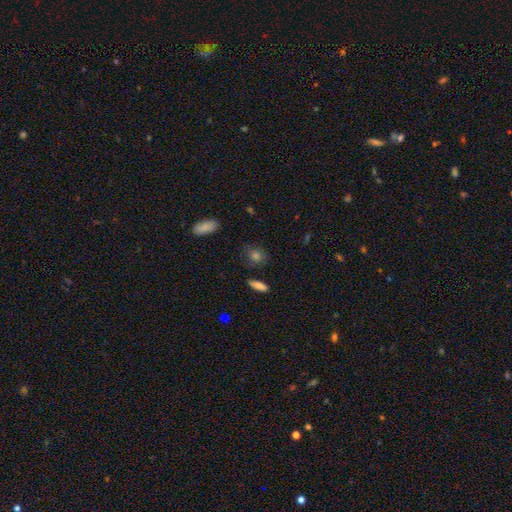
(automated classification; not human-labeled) Smooth or featured? Predicted: smooth (p=0.75). How rounded? Predicted: round (p=0.53). Merging? Predicted: none (p=0.79).